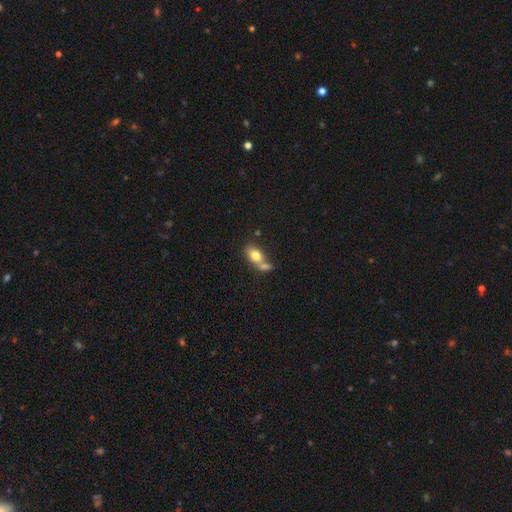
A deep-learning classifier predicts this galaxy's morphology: A smooth galaxy with no disk features (76%) that is in between round and cigar-shaped (79%). Merging: merger (53%).